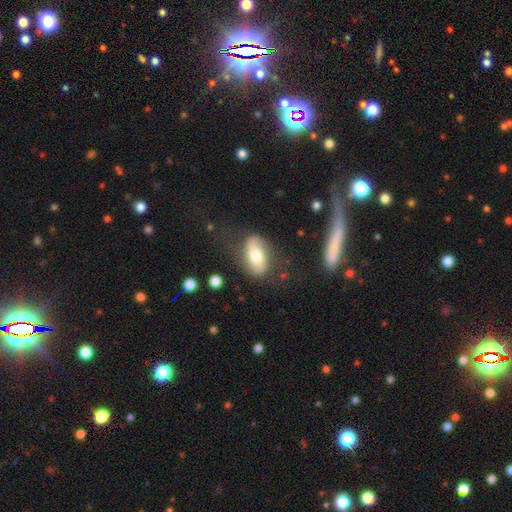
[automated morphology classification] This is possibly a smooth galaxy (49%). Merging: likely none (65%).